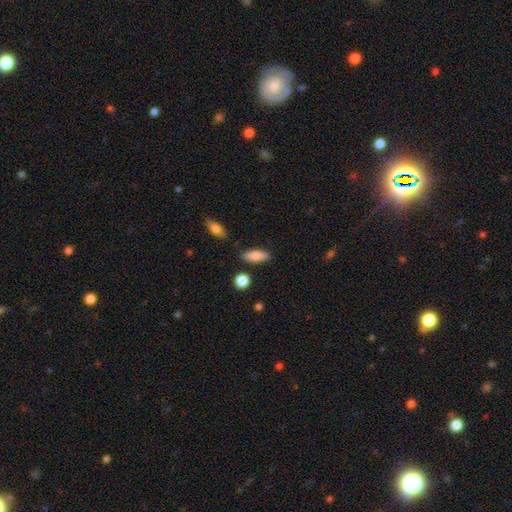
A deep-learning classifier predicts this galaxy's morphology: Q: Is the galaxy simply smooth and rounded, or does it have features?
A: smooth — 77%.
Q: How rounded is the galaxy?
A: in between — 54%.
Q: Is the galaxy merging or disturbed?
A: none — 84%.